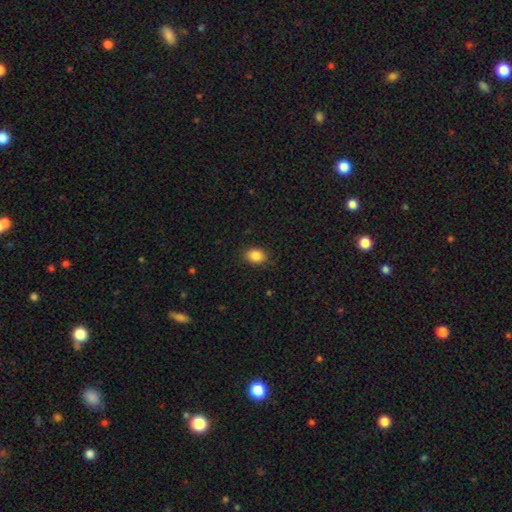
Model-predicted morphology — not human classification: smooth 86%, star or artifact 9%, featured or disk 5%. Down the decision tree: how rounded — in between (61%); merging — none (84%).